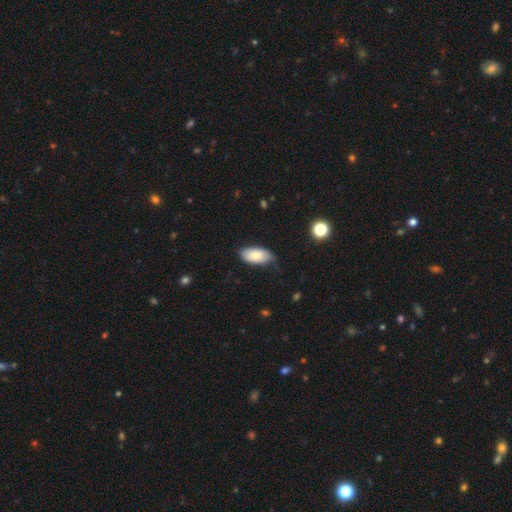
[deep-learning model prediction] Overall: smooth (77%). How rounded: in between (94%). Merging: none (64%; minor disturbance 29%).